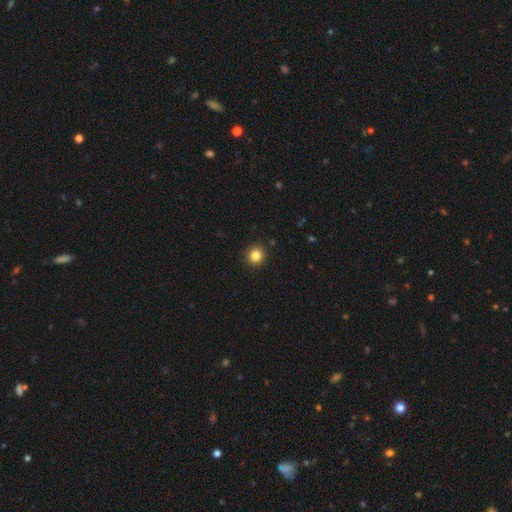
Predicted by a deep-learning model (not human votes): Overall: smooth (84%). How rounded: round (92%). Merging: none (92%).